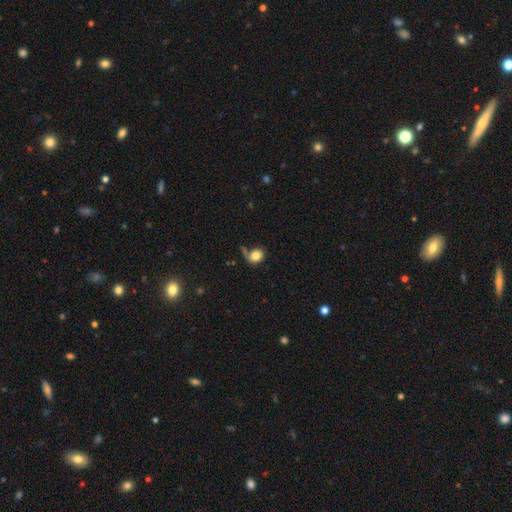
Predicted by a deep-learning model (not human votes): Overall: smooth (82%). How rounded: round (60%; in between 39%). Merging: none (55%; minor disturbance 23%).